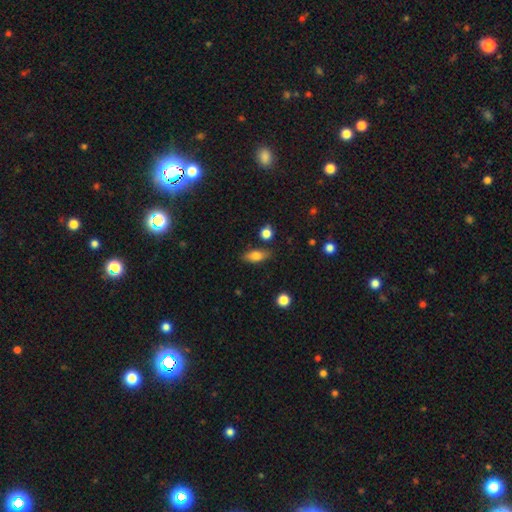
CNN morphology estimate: smooth-or-featured: smooth: 76% | featured or disk: 16% | star or artifact: 8%
  how-rounded: in between: 78% | cigar-shaped: 15% | round: 7%
  merging: none: 80% | minor disturbance: 13% | merger: 3% | major disturbance: 3%